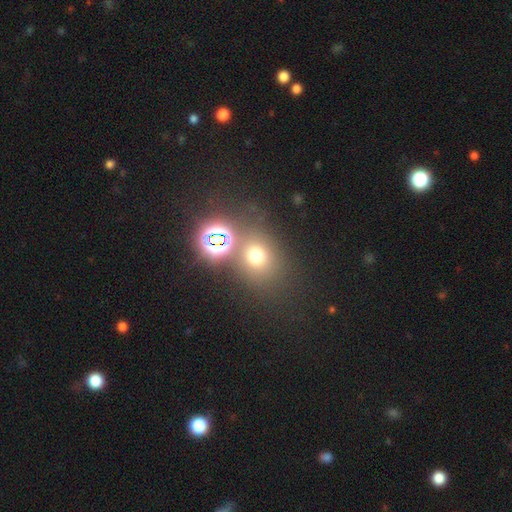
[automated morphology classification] Q: Smooth or featured?
A: smooth (63%); runner-up: star or artifact (27%)
Q: How rounded?
A: round (70%); runner-up: in between (29%)
Q: Merging?
A: none (64%); runner-up: merger (20%)